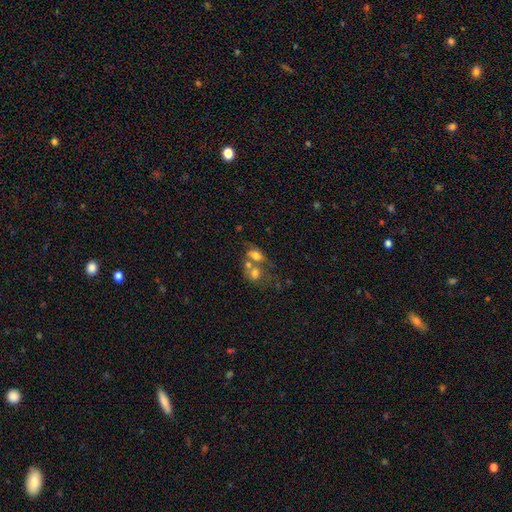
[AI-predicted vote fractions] smooth-or-featured: smooth: 62% | featured or disk: 27% | star or artifact: 12%
  how-rounded: in between: 69% | round: 28% | cigar-shaped: 3%
  merging: merger: 61% | none: 22% | minor disturbance: 9% | major disturbance: 8%